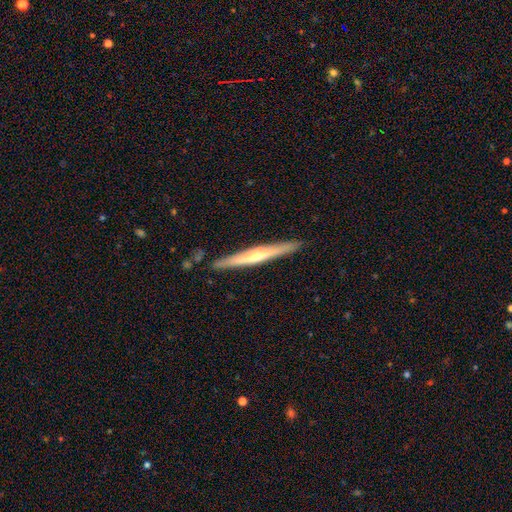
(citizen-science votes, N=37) smooth_or_featured: featured or disk (p=0.73) [alt: smooth p=0.24]
disk_edge_on: yes (p=0.96) [alt: no p=0.04]
edge_on_bulge: rounded (p=0.81) [alt: none p=0.19]
merging: none (p=0.97) [alt: major disturbance p=0.03]